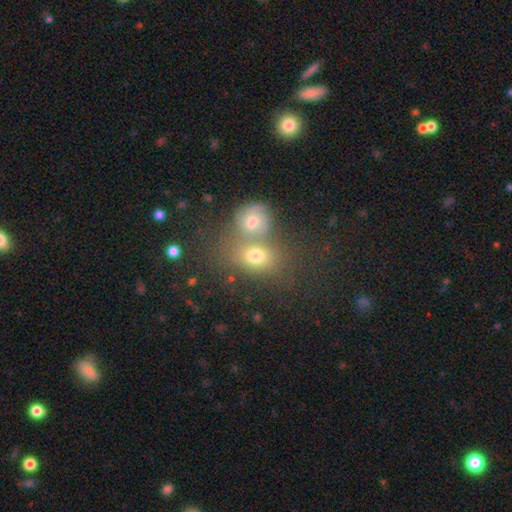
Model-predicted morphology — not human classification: Q: Smooth or featured?
A: smooth (70%); runner-up: featured or disk (16%)
Q: How rounded?
A: in between (52%); runner-up: round (46%)
Q: Merging?
A: merger (49%); runner-up: none (36%)